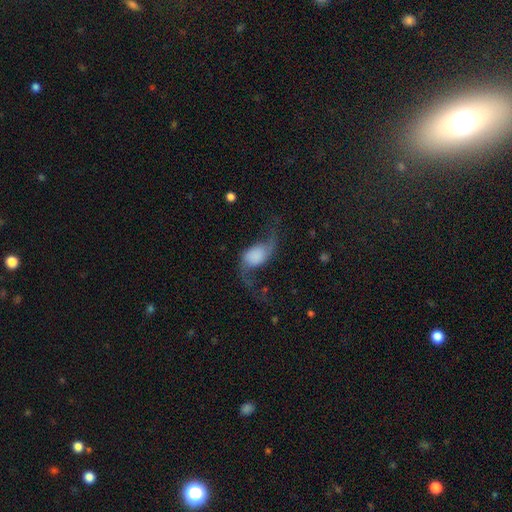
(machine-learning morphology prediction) This is likely a featured or disk galaxy (70%). It is clearly not viewed edge-on (95%). Bar: likely no (68%). Spiral arm pattern: clearly yes (94%). Spiral arm count: clearly 2 (93%). Spiral winding: clearly loose (93%). Central bulge: marginally dominant (34%). Merging: possibly none (54%).